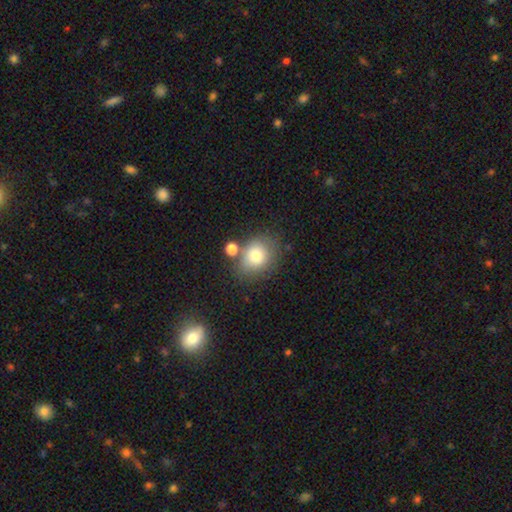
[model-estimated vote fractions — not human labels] Overall: smooth (77%). How rounded: round (56%; in between 43%). Merging: none (62%).